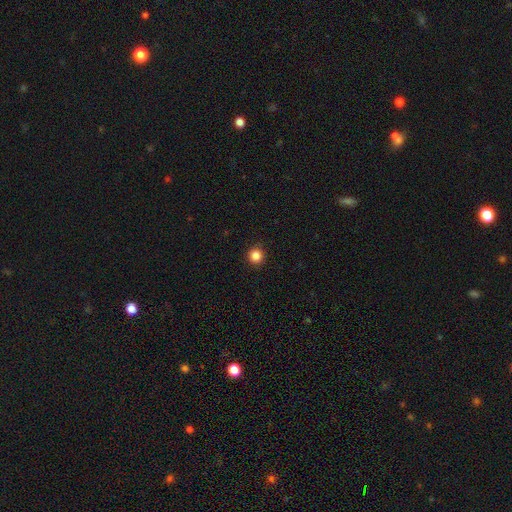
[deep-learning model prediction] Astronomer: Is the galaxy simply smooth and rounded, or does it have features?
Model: smooth — 85%.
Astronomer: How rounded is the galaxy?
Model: round — 95%.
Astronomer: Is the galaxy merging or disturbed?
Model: none — 91%.